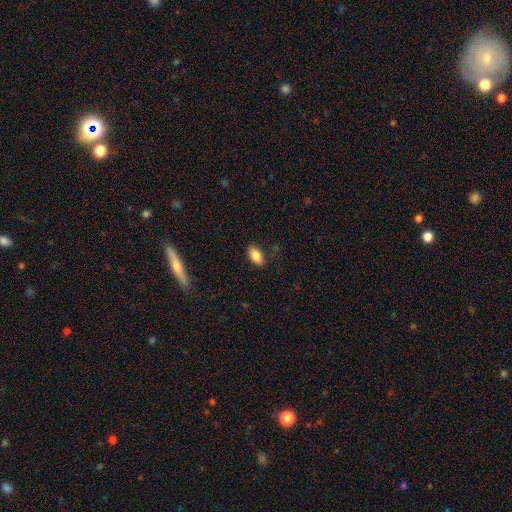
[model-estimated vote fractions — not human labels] smooth 83%, featured or disk 9%, star or artifact 8%. Down the decision tree: how rounded — in between (91%); merging — none (86%).